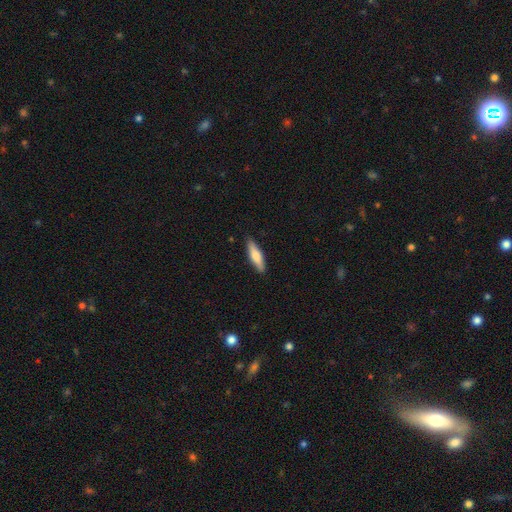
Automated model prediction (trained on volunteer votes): smooth_or_featured: smooth (p=0.68) [alt: featured or disk p=0.27]
how_rounded: cigar-shaped (p=0.67) [alt: in between p=0.31]
merging: none (p=0.88) [alt: minor disturbance p=0.09]